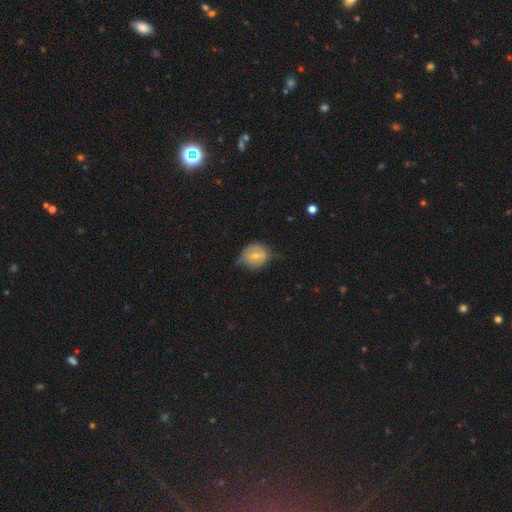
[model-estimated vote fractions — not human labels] The model was most divided on "merging": none: 48%, minor disturbance: 38%, major disturbance: 12%, merger: 2%. More confident: how rounded — round (74%); smooth or featured — smooth (55%).